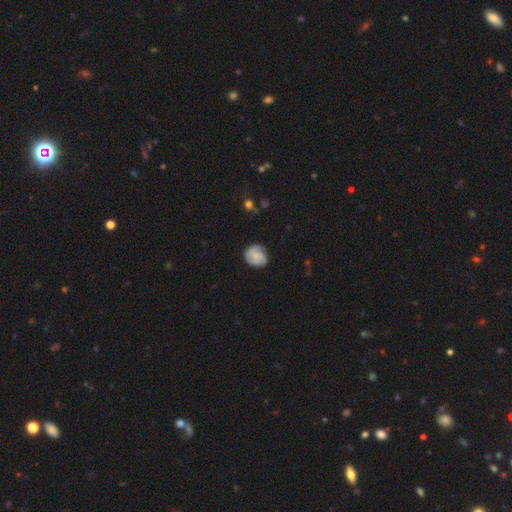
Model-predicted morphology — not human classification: A featured or disk galaxy (53%) with no bar (70%), spiral arms (92%) and a small central bulge (54%). Merging: none (74%).